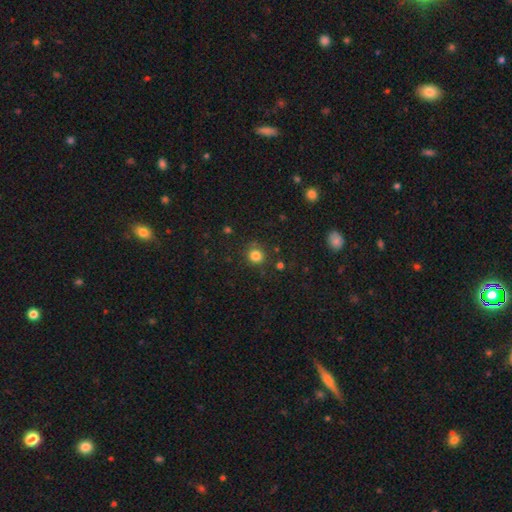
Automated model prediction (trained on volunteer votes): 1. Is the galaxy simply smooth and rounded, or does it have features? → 82% smooth, 13% star or artifact, 5% featured or disk.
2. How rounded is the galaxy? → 89% round, 10% in between, 1% cigar-shaped.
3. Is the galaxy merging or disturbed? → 83% none, 11% minor disturbance, 3% major disturbance, 3% merger.